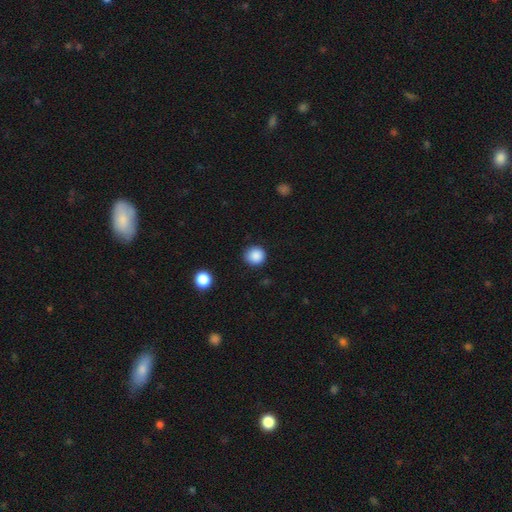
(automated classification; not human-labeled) Morphology: type=smooth (87%); roundness=round (93%); merging=none (89%).